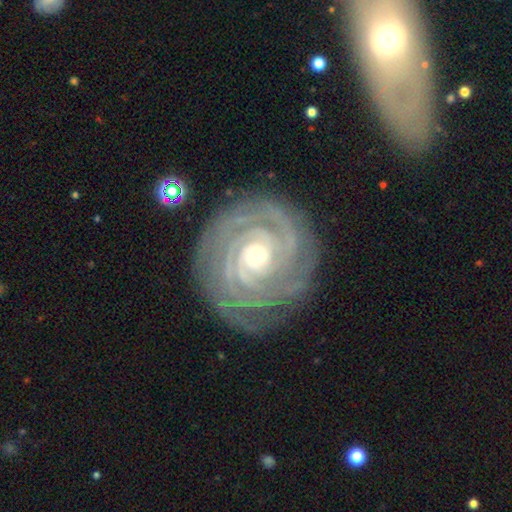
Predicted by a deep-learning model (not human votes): Smooth or featured: featured or disk — 91% (star or artifact — 5%)
Edge-on disk: no — 98% (yes — 2%)
Bar: no — 76% (weak — 15%)
Spiral arms: yes — 98% (no — 2%)
Spiral winding: tight — 86% (medium — 13%)
Spiral arm count: 3 — 22% (tied with 4 — 22%)
Bulge size: small — 67% (moderate — 26%)
Merging: none — 81% (minor disturbance — 13%)